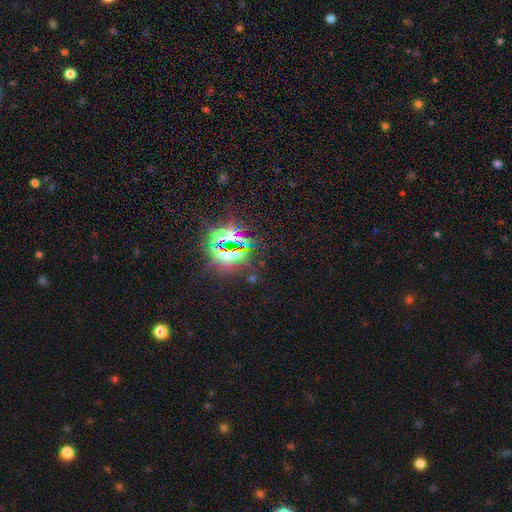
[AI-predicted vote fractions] Smooth or featured? star or artifact (82%)